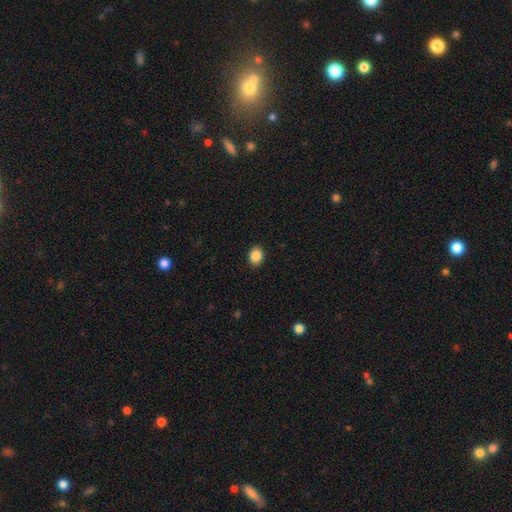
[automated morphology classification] Smooth or featured? Predicted: smooth (p=0.87). How rounded? Predicted: in between (p=0.53). Merging? Predicted: none (p=0.91).